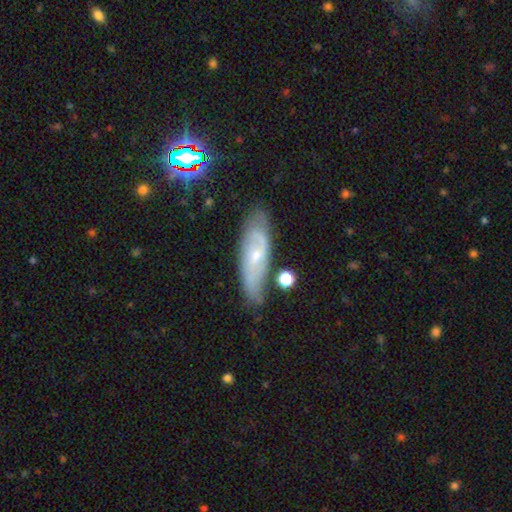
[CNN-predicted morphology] smooth-or-featured: featured or disk: 66% | smooth: 26% | star or artifact: 8%
  disk-edge-on: no: 81% | yes: 19%
    bar: no: 45% | weak: 42% | strong: 12%
    has-spiral-arms: yes: 83% | no: 17%
    bulge-size: small: 66% | moderate: 30% | none: 2% | large: 1% | dominant: 1%
  merging: none: 73% | minor disturbance: 19% | major disturbance: 4% | merger: 3%